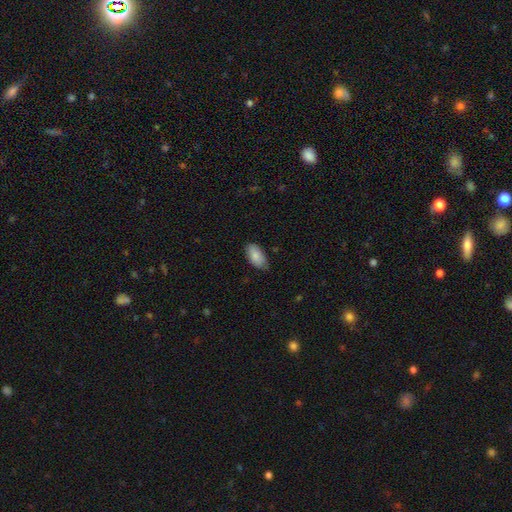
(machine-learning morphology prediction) Q: Smooth or featured?
A: smooth (85%); runner-up: featured or disk (9%)
Q: How rounded?
A: in between (95%); runner-up: cigar-shaped (3%)
Q: Merging?
A: none (76%); runner-up: minor disturbance (20%)